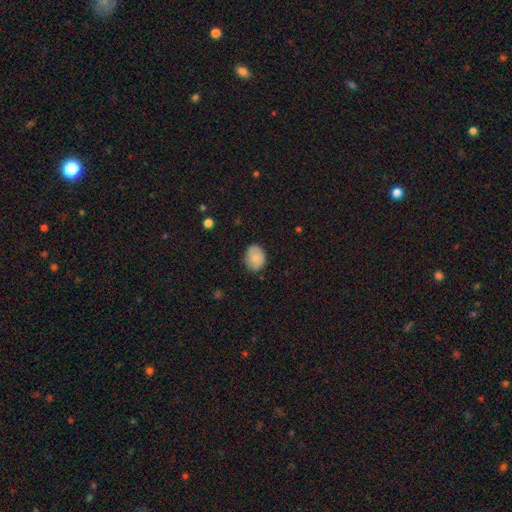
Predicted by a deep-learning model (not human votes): Smooth or featured? Predicted: smooth (p=0.86). How rounded? Predicted: in between (p=0.51). Merging? Predicted: none (p=0.81).